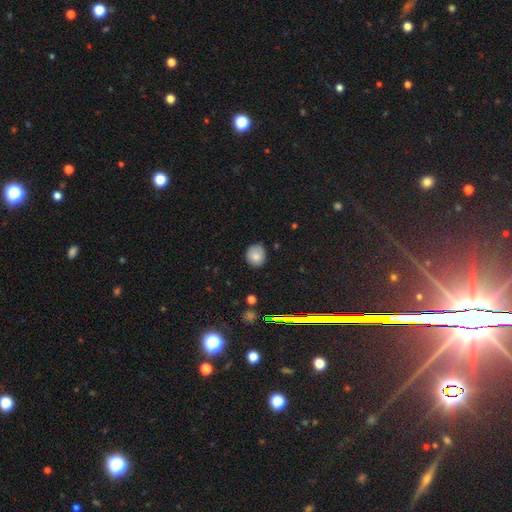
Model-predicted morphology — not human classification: Smooth or featured? Predicted: smooth (p=0.81). How rounded? Predicted: round (p=0.75). Merging? Predicted: none (p=0.79).